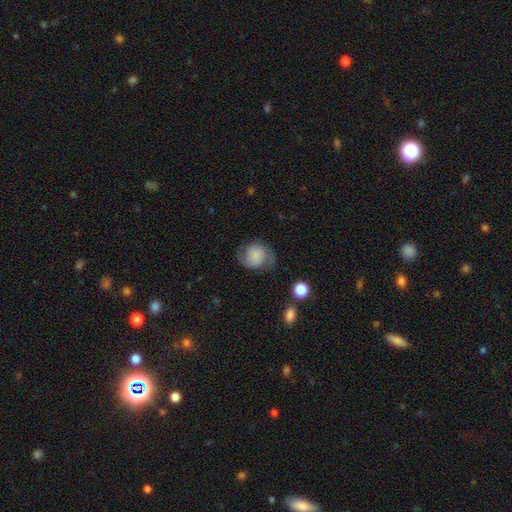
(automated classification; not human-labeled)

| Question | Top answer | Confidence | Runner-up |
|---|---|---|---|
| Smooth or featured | featured or disk | 46% | smooth (44%) |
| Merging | none | 62% | minor disturbance (23%) |